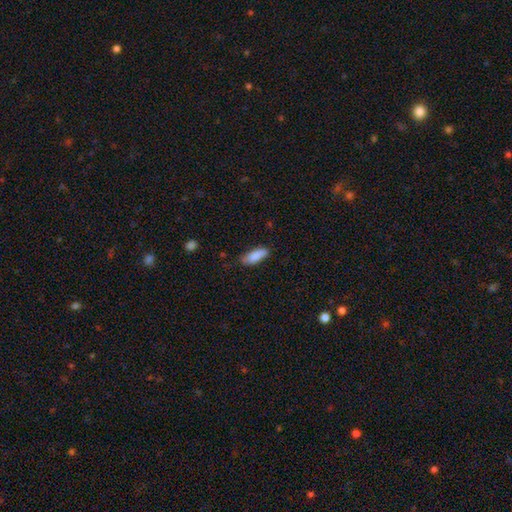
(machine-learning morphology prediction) Smooth or featured?
  - smooth: 86% *
  - featured or disk: 8%
  - star or artifact: 6%
How rounded?
  - in between: 71% *
  - cigar-shaped: 27%
  - round: 2%
Merging?
  - none: 75% *
  - minor disturbance: 20%
  - major disturbance: 4%
  - merger: 2%